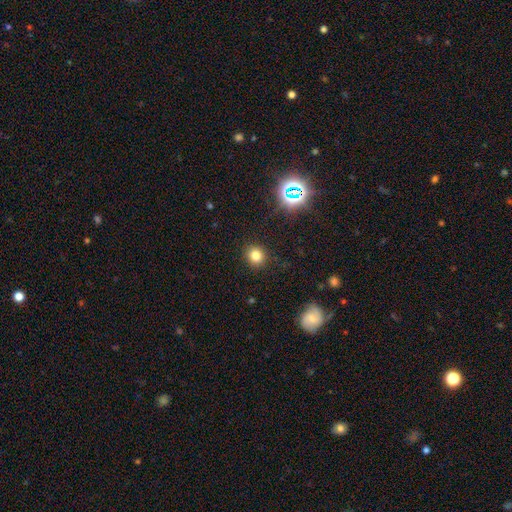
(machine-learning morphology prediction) Smooth or featured? smooth (77%)
How rounded? round (85%)
Merging? none (91%)